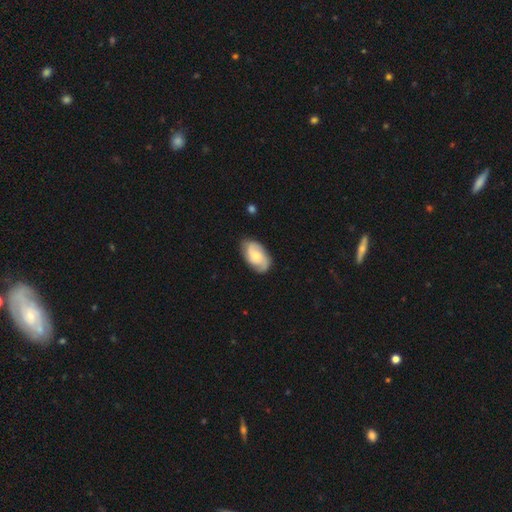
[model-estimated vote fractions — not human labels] featured or disk 58%, smooth 35%, star or artifact 6%. Down the decision tree: edge-on disk — no (96%); bar — no (67%); spiral arms — yes (92%); spiral arm count — 2 (56%); spiral winding — medium (44%); bulge size — small (46%); merging — none (78%).